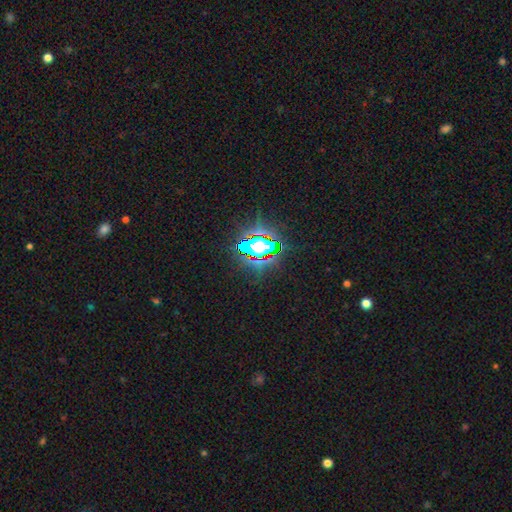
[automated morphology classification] A star or artifact, not a galaxy (74%).